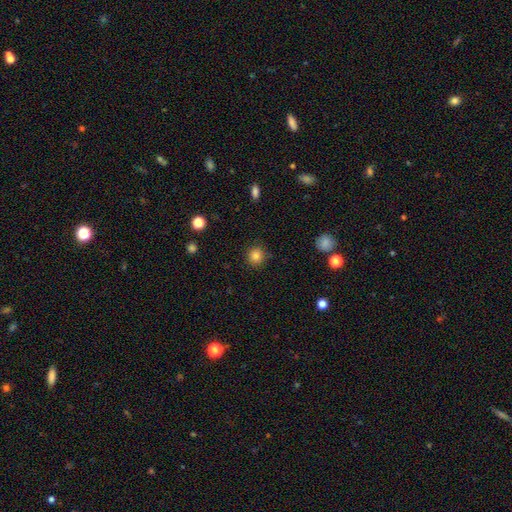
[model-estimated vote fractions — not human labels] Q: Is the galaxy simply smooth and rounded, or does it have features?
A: smooth — 83%.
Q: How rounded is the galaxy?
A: round — 92%.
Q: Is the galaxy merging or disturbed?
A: none — 90%.